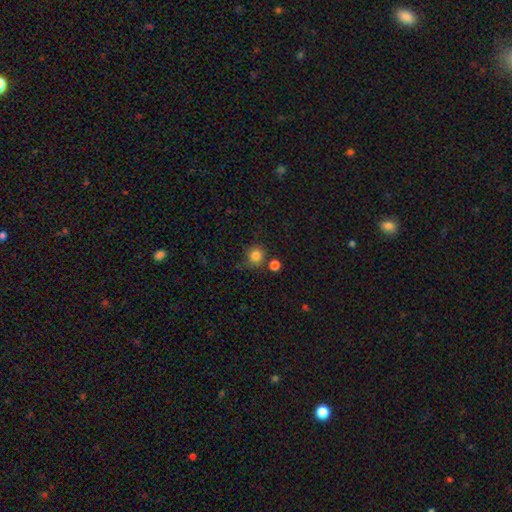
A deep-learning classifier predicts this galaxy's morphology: Smooth or featured?
  - smooth: 83% *
  - star or artifact: 12%
  - featured or disk: 5%
How rounded?
  - round: 90% *
  - in between: 9%
  - cigar-shaped: 1%
Merging?
  - none: 73% *
  - merger: 12%
  - minor disturbance: 12%
  - major disturbance: 4%